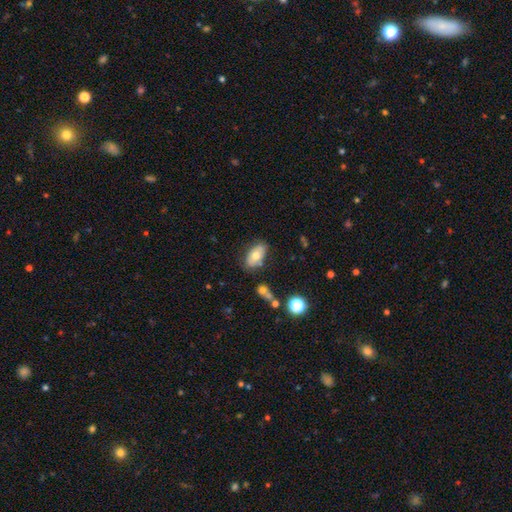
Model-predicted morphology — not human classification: smooth_or_featured: smooth (p=0.68) [alt: featured or disk p=0.24]
how_rounded: in between (p=0.91) [alt: round p=0.05]
merging: none (p=0.76) [alt: minor disturbance p=0.15]